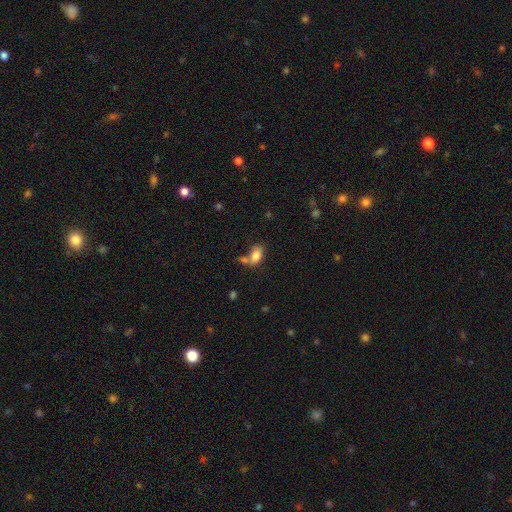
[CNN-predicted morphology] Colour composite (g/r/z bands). It shows a smooth galaxy with no disk features (81%) that is in between round and cigar-shaped (90%). Merging: none (46%).